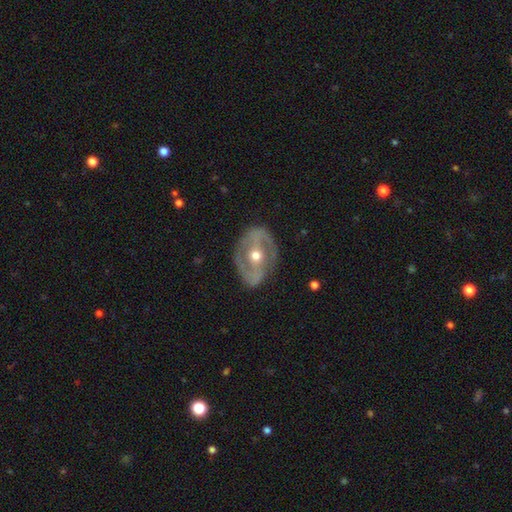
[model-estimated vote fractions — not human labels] smooth-or-featured: featured or disk: 80% | smooth: 15% | star or artifact: 5%
  disk-edge-on: no: 93% | yes: 7%
    bar: strong: 35% | no: 33% | weak: 32%
    has-spiral-arms: yes: 64% | no: 36%
    bulge-size: moderate: 77% | small: 16% | large: 5% | dominant: 1% | none: 1%
  merging: none: 81% | minor disturbance: 13% | major disturbance: 5% | merger: 1%